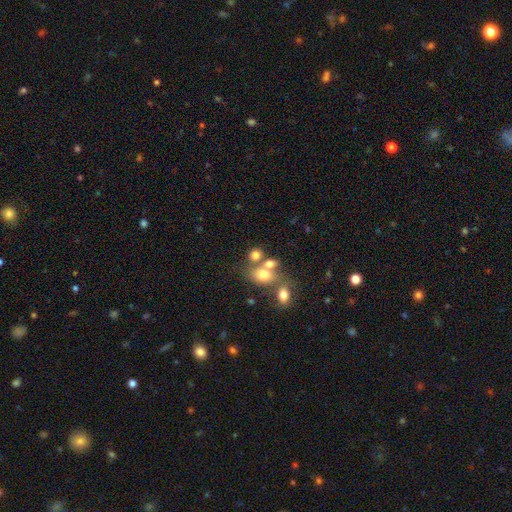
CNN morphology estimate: Smooth or featured? Predicted: smooth (p=0.71). How rounded? Predicted: round (p=0.52). Merging? Predicted: merger (p=0.44).